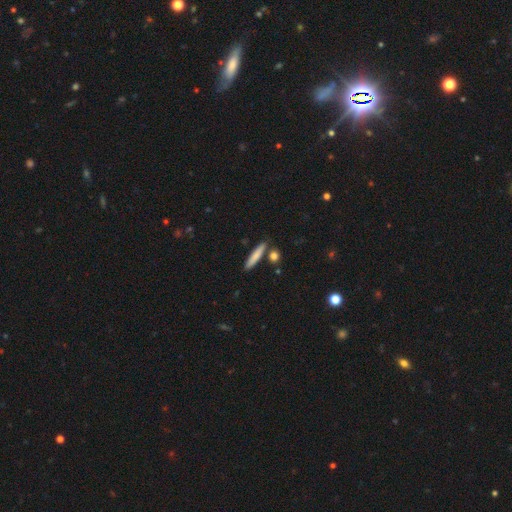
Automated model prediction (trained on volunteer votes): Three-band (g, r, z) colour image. It shows a smooth galaxy with no disk features (77%) that is cigar-shaped (88%). Merging: none (82%).